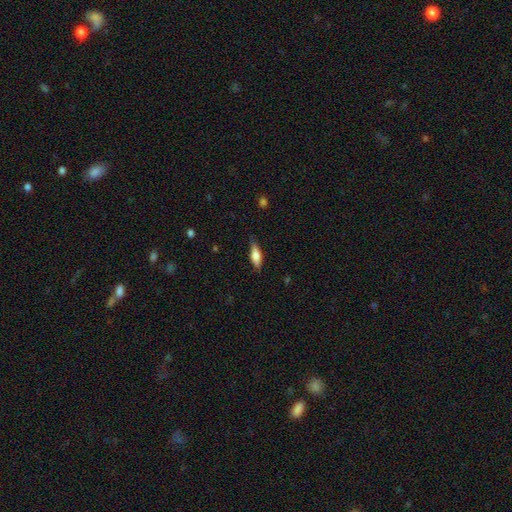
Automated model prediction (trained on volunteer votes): This appears to be a smooth galaxy with no disk features (65%) that is in between round and cigar-shaped (55%). Merging: none (78%).